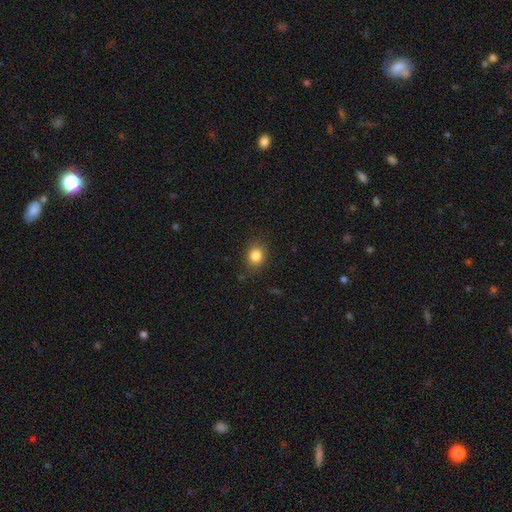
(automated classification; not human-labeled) Smooth or featured?
  - smooth: 84% *
  - star or artifact: 11%
  - featured or disk: 5%
How rounded?
  - round: 67% *
  - in between: 32%
  - cigar-shaped: 1%
Merging?
  - none: 84% *
  - minor disturbance: 11%
  - major disturbance: 3%
  - merger: 1%